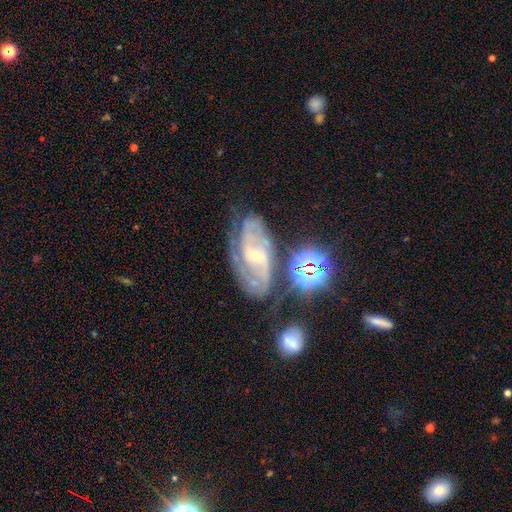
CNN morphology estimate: type=featured or disk (82%); edge-on=no (95%); bar=weak (50%); spiral arms=yes (96%); winding=medium (49%); arm count=2 (54%); bulge=small (62%); merging=none (63%).